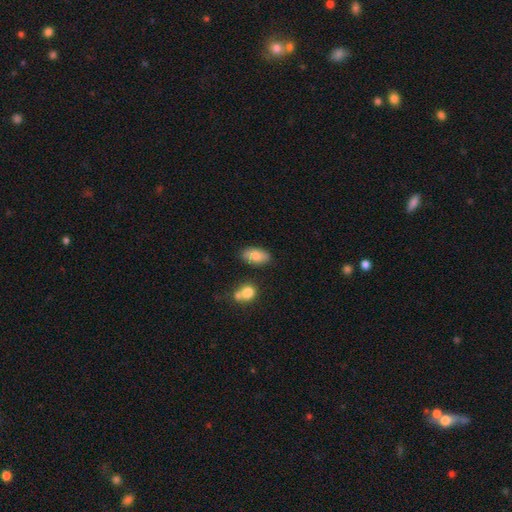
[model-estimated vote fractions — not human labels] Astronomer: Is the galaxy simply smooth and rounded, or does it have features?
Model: smooth — 80%.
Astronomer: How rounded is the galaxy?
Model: in between — 92%.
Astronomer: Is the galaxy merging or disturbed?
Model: none — 81%.